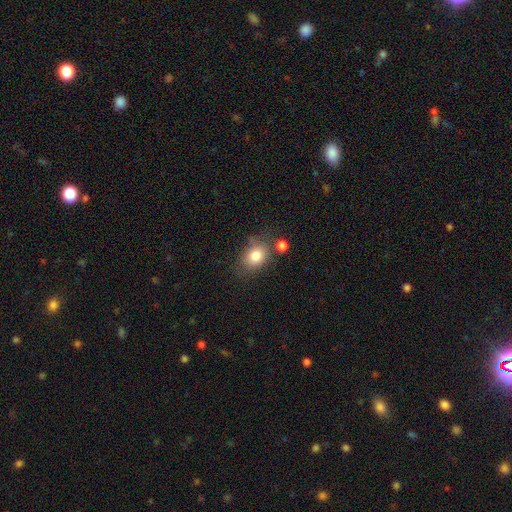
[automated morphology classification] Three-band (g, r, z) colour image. It shows a smooth galaxy with no disk features (82%) that is in between round and cigar-shaped (66%). Merging: none (65%).